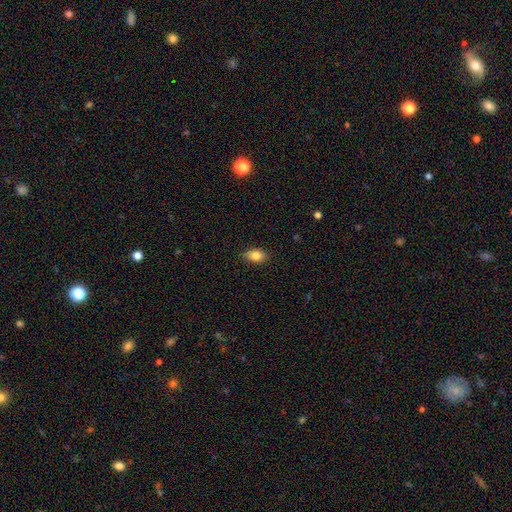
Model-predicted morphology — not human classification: smooth_or_featured: smooth (p=0.81) [alt: featured or disk p=0.10]
how_rounded: in between (p=0.86) [alt: round p=0.11]
merging: none (p=0.87) [alt: minor disturbance p=0.10]